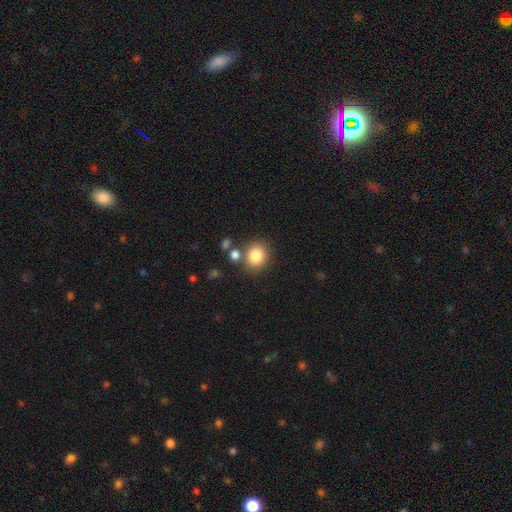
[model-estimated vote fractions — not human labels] Smooth or featured? smooth (85%)
How rounded? round (75%)
Merging? none (73%)